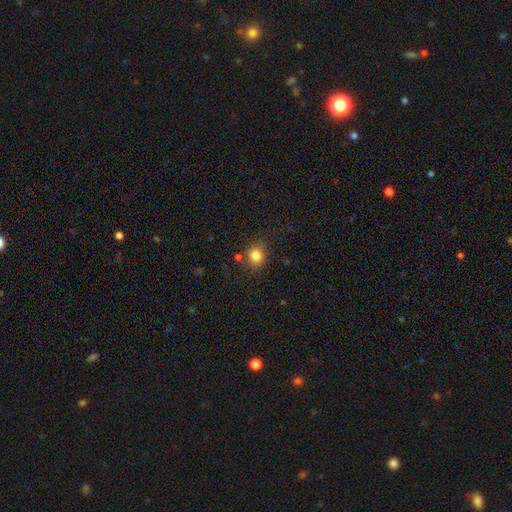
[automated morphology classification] smooth-or-featured: smooth: 82% | star or artifact: 12% | featured or disk: 6%
  how-rounded: round: 80% | in between: 20% | cigar-shaped: 1%
  merging: none: 82% | minor disturbance: 11% | merger: 4% | major disturbance: 3%